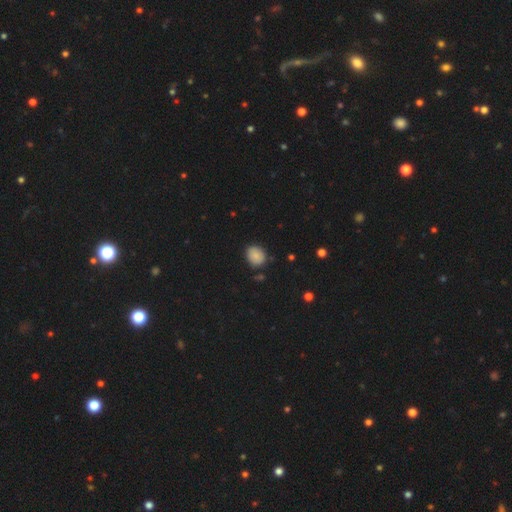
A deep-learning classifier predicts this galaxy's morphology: This is clearly a smooth galaxy (83%). How rounded: possibly round (59%). Merging: clearly none (81%).